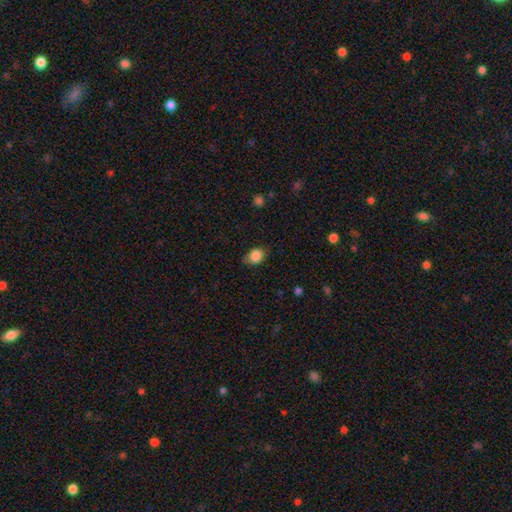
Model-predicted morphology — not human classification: This is clearly a smooth galaxy (86%). How rounded: possibly in between (60%). Merging: likely none (73%).